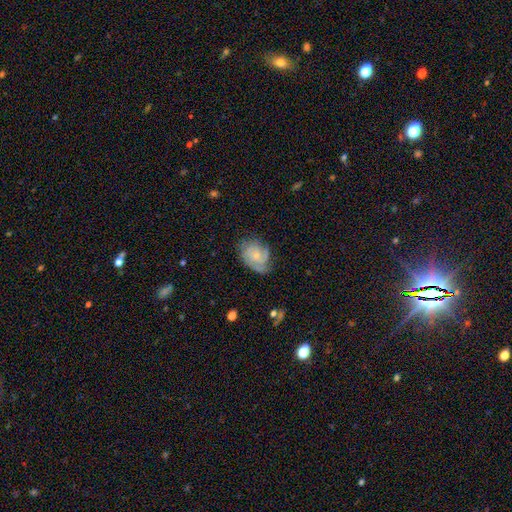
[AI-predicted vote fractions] smooth-or-featured: featured or disk: 65% | smooth: 28% | star or artifact: 7%
  disk-edge-on: no: 97% | yes: 3%
    bar: no: 73% | weak: 24% | strong: 3%
    has-spiral-arms: yes: 91% | no: 9%
      spiral-winding: tight: 54% | medium: 34% | loose: 12%
      spiral-arm-count: can't tell: 33% | 2: 25% | 3: 23% | 1: 8% | 4: 6% | more than 4: 4%
    bulge-size: small: 57% | moderate: 26% | none: 13% | large: 3% | dominant: 1%
  merging: none: 63% | minor disturbance: 25% | major disturbance: 11% | merger: 2%